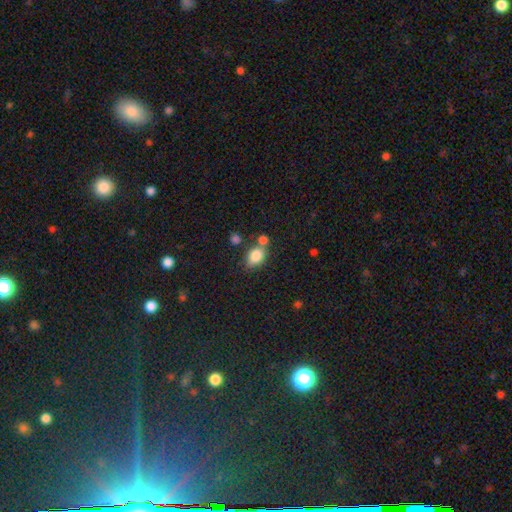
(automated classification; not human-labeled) Q: Smooth or featured?
A: smooth (83%); runner-up: star or artifact (9%)
Q: How rounded?
A: in between (71%); runner-up: round (28%)
Q: Merging?
A: none (53%); runner-up: merger (27%)